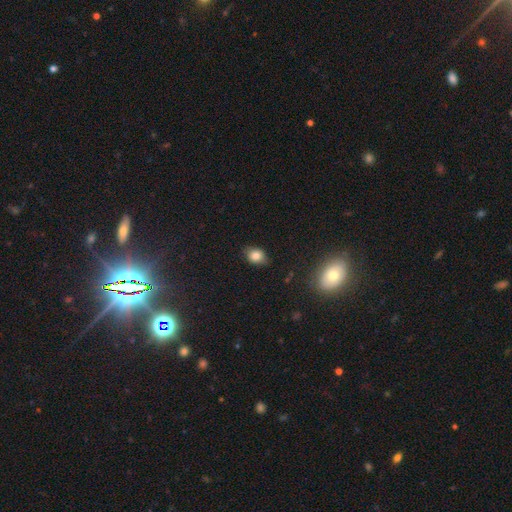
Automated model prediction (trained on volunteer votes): A smooth galaxy with no disk features (81%) that is in between round and cigar-shaped (62%). Merging: none (78%).